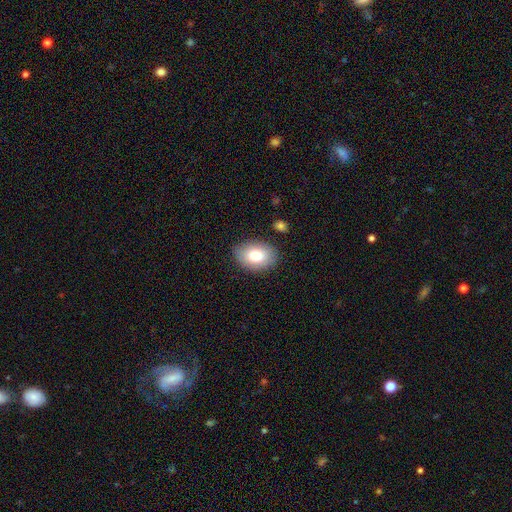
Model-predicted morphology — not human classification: Smooth or featured? smooth (83%)
How rounded? in between (85%)
Merging? none (84%)